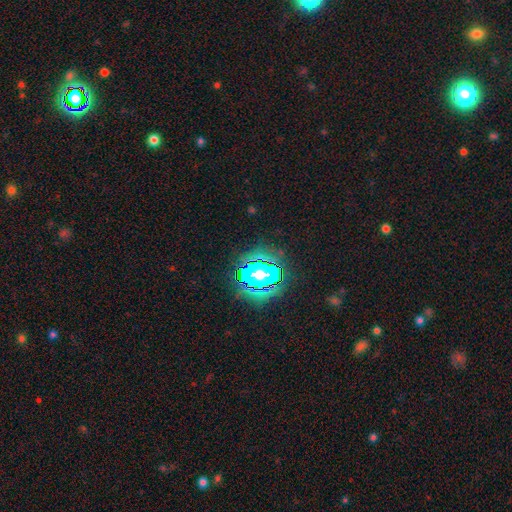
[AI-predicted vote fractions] smooth_or_featured: star or artifact (p=0.81) [alt: smooth p=0.12]